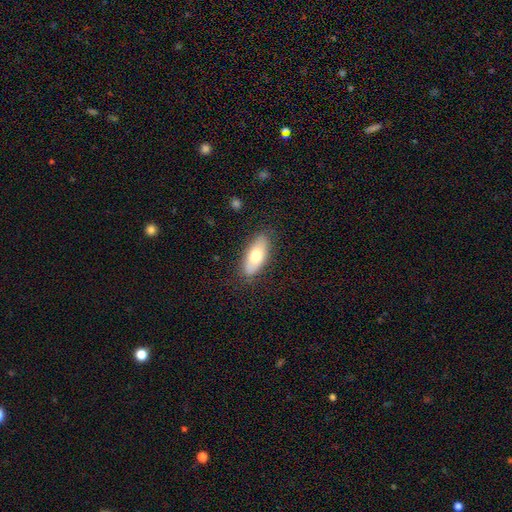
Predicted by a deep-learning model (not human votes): This is likely a smooth galaxy (69%). How rounded: clearly in between (80%). Merging: clearly none (85%).